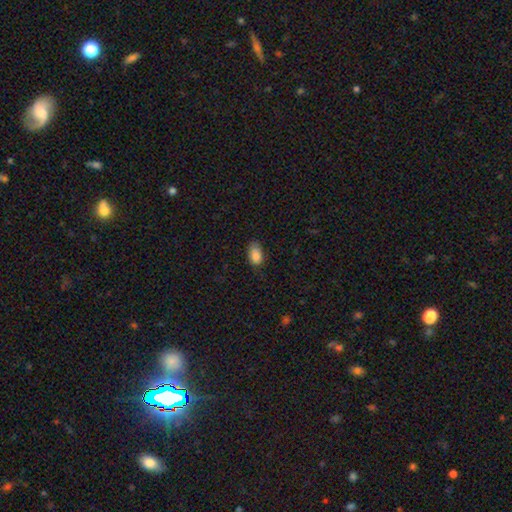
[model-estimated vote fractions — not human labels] The model was most divided on "merging": none: 70%, minor disturbance: 24%, major disturbance: 5%, merger: 1%. More confident: how rounded — in between (92%); smooth or featured — smooth (87%).